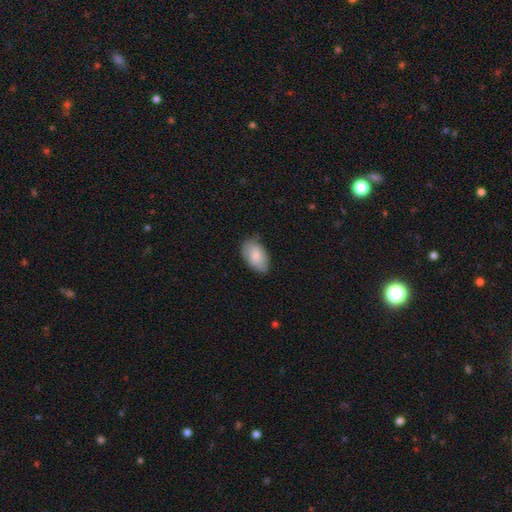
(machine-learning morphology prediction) This appears to be a smooth galaxy with no disk features (81%) that is in between round and cigar-shaped (93%). Merging: none (72%).